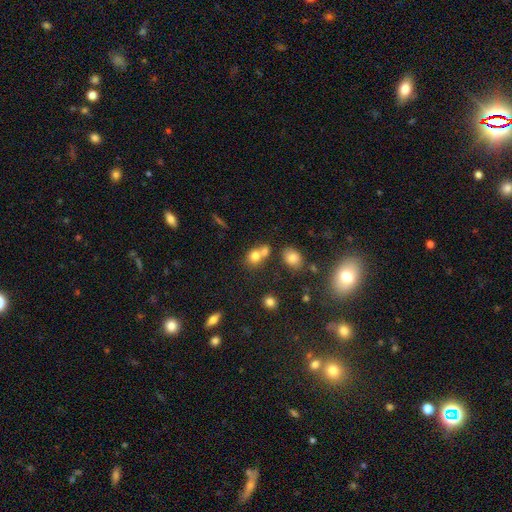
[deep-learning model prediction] A smooth galaxy with no disk features (75%) that is round (62%).

Vote fractions:
- Smooth or featured? smooth: 75% / star or artifact: 13% / featured or disk: 12%
- How rounded? round: 62% / in between: 36% / cigar-shaped: 1%
- Merging? merger: 49% / none: 39% / minor disturbance: 9% / major disturbance: 4%